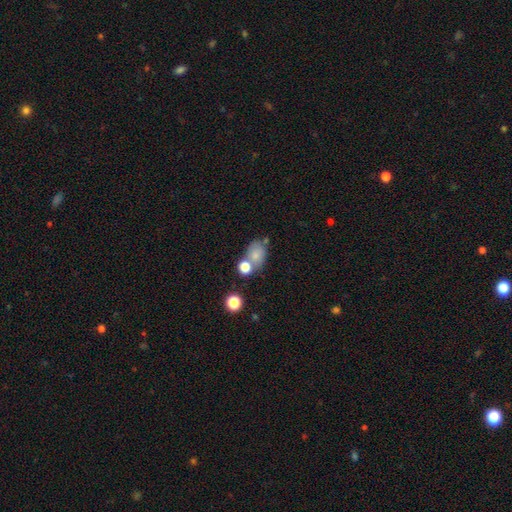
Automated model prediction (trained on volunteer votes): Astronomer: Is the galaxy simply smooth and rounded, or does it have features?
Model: smooth — 77%.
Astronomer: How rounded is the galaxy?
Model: in between — 69%.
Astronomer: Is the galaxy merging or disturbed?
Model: none — 51% (runner-up: merger, 29%).